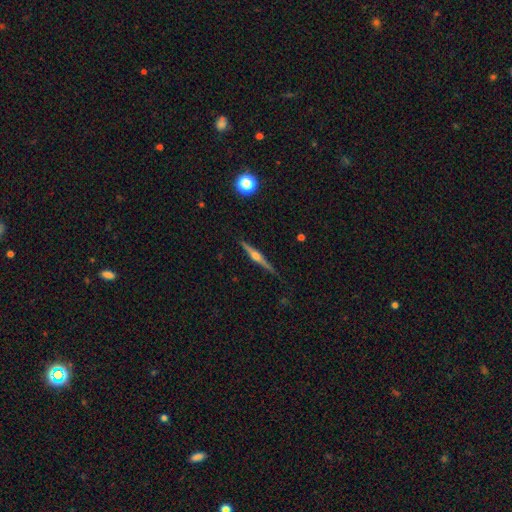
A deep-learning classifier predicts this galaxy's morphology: smooth_or_featured: featured or disk (p=0.79) [alt: smooth p=0.14]
disk_edge_on: yes (p=0.98) [alt: no p=0.02]
edge_on_bulge: rounded (p=0.93) [alt: boxy p=0.05]
merging: none (p=0.88) [alt: minor disturbance p=0.09]